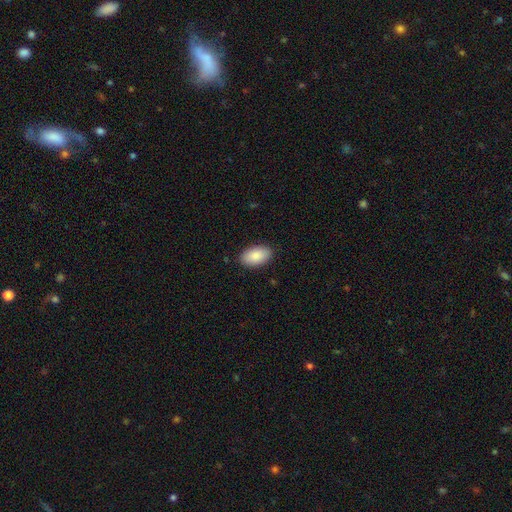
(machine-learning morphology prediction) Smooth or featured?
  - smooth: 88% *
  - featured or disk: 6%
  - star or artifact: 6%
How rounded?
  - in between: 95% *
  - round: 3%
  - cigar-shaped: 1%
Merging?
  - none: 88% *
  - minor disturbance: 9%
  - major disturbance: 2%
  - merger: 1%